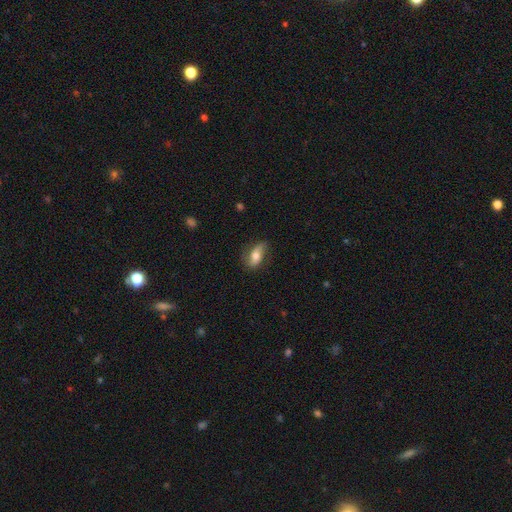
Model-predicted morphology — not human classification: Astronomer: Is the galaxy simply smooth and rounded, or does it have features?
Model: smooth — 55% (runner-up: featured or disk, 37%).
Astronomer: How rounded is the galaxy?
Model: in between — 78%.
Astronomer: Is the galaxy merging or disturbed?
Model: none — 69%.